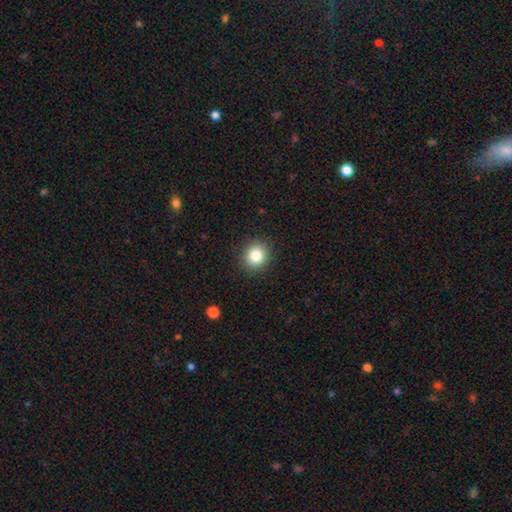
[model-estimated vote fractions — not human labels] Overall: smooth (83%). How rounded: round (84%). Merging: none (90%).